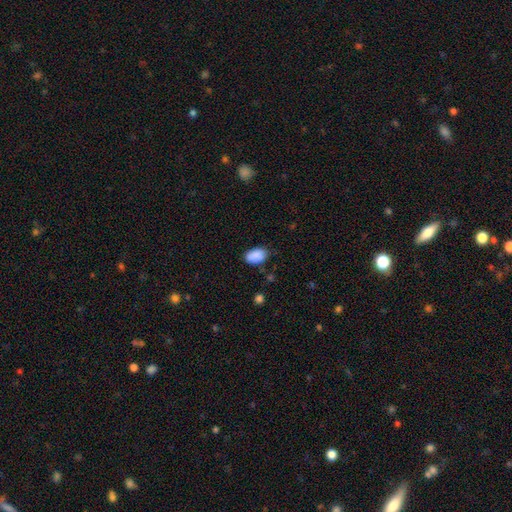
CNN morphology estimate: The model was most divided on "merging": none: 77%, minor disturbance: 18%, major disturbance: 3%, merger: 2%. More confident: how rounded — in between (91%); smooth or featured — smooth (89%).